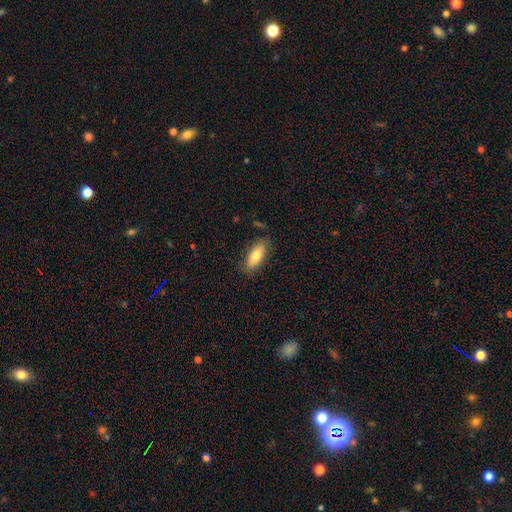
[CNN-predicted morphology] A smooth galaxy with no disk features (77%) that is in between round and cigar-shaped (80%). Merging: none (80%).